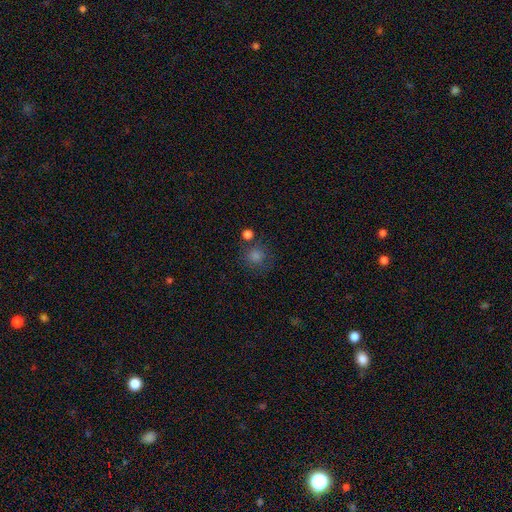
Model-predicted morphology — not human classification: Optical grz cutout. It shows a smooth galaxy with no disk features (71%) that is round (92%). Merging: none (78%).